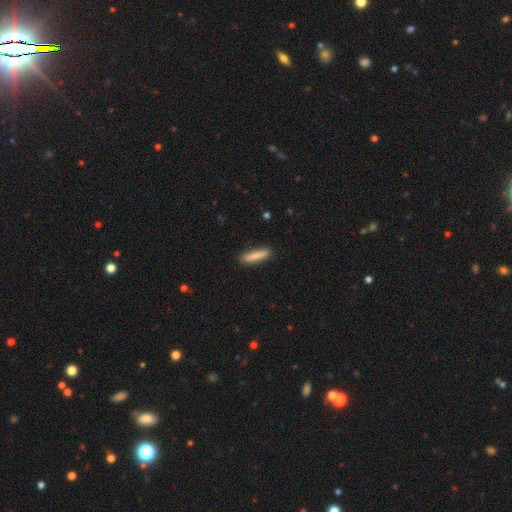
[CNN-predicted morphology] smooth 84%, featured or disk 10%, star or artifact 6%. Down the decision tree: how rounded — cigar-shaped (84%); merging — none (88%).